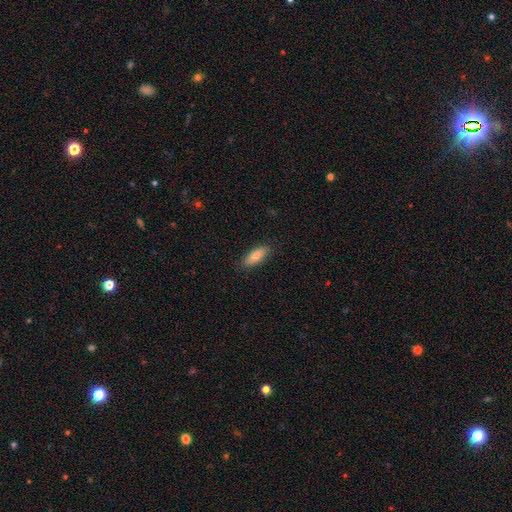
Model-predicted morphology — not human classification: This appears to be a smooth galaxy with no disk features (78%) that is in between round and cigar-shaped (65%). Merging: none (88%).